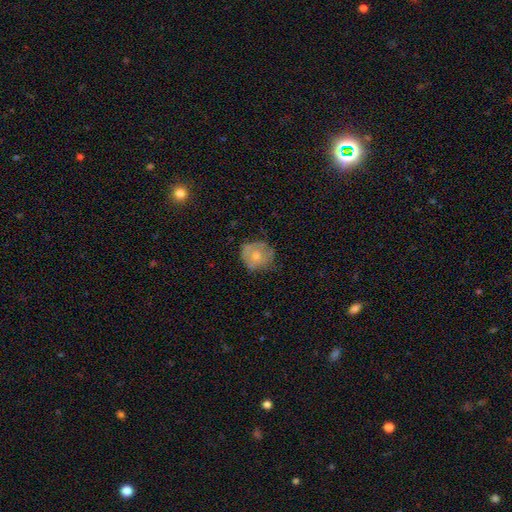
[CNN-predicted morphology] Smooth or featured? smooth (60%)
How rounded? round (80%)
Merging? none (60%)